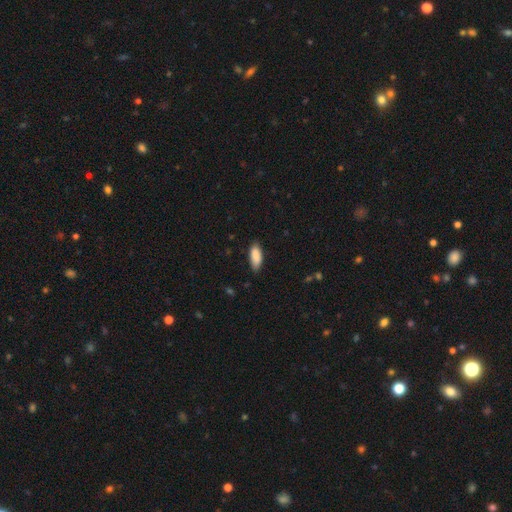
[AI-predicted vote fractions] smooth_or_featured: smooth (p=0.89) [alt: star or artifact p=0.06]
how_rounded: in between (p=0.81) [alt: cigar-shaped p=0.18]
merging: none (p=0.79) [alt: minor disturbance p=0.18]